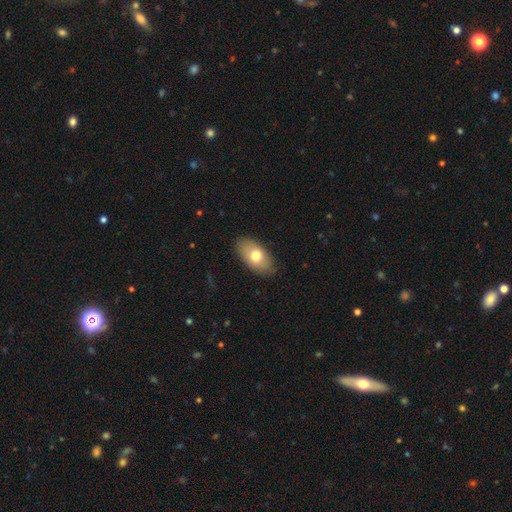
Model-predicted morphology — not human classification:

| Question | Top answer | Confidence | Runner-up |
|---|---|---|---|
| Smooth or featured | smooth | 72% | featured or disk (21%) |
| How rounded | in between | 93% | round (5%) |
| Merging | none | 84% | minor disturbance (12%) |